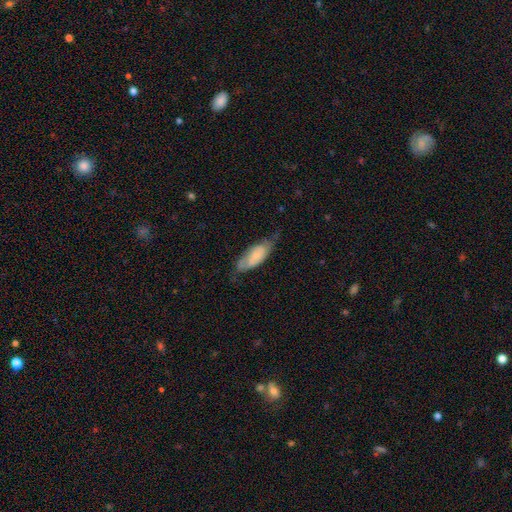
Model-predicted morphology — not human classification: Smooth or featured: smooth — 47% (tied with featured or disk — 47%)
Merging: none — 55% (minor disturbance — 32%)